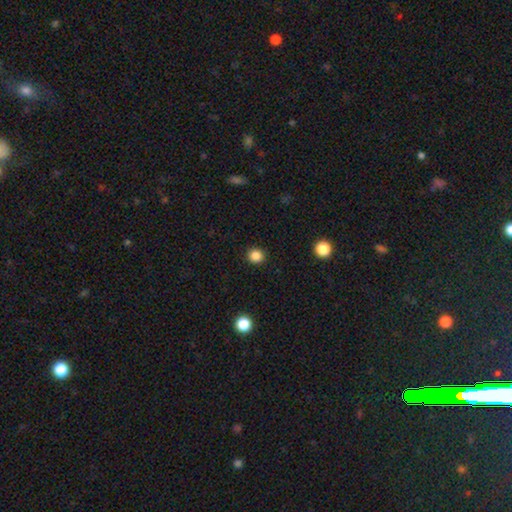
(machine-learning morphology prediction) A smooth galaxy with no disk features (85%) that is round (92%).

Vote fractions:
- Smooth or featured? smooth: 85% / star or artifact: 12% / featured or disk: 3%
- How rounded? round: 92% / in between: 8% / cigar-shaped: 1%
- Merging? none: 92% / minor disturbance: 5% / major disturbance: 2% / merger: 1%